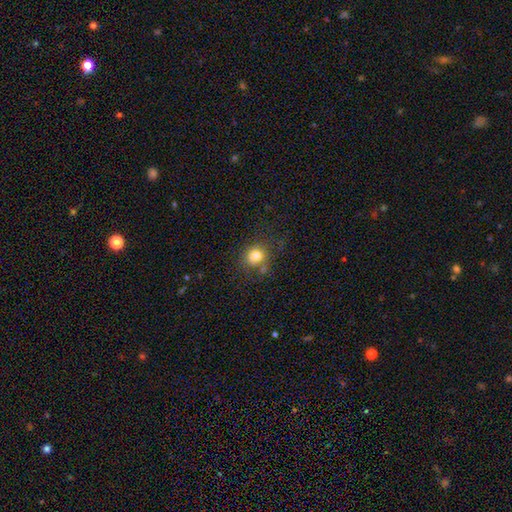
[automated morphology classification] type=smooth (80%); roundness=round (78%); merging=none (70%).